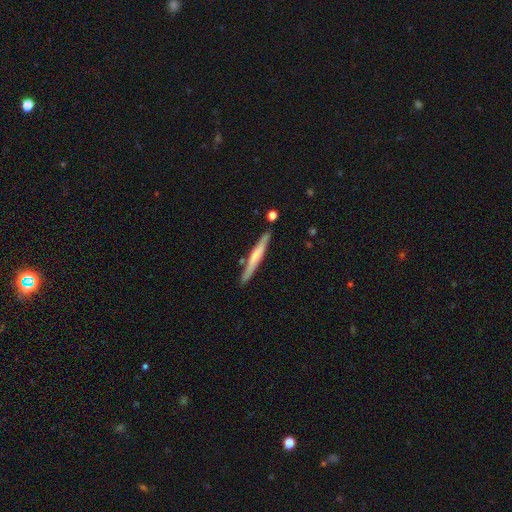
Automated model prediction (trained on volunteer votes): A smooth galaxy with no disk features (49%). Merging: none (83%).